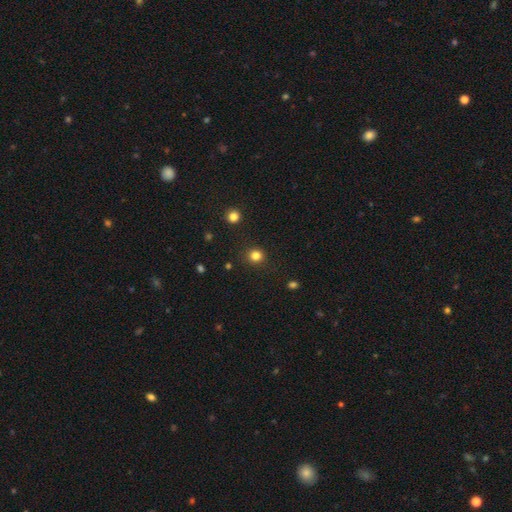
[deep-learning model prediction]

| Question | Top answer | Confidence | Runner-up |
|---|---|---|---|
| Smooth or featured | smooth | 82% | star or artifact (14%) |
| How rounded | round | 90% | in between (9%) |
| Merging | none | 90% | minor disturbance (7%) |